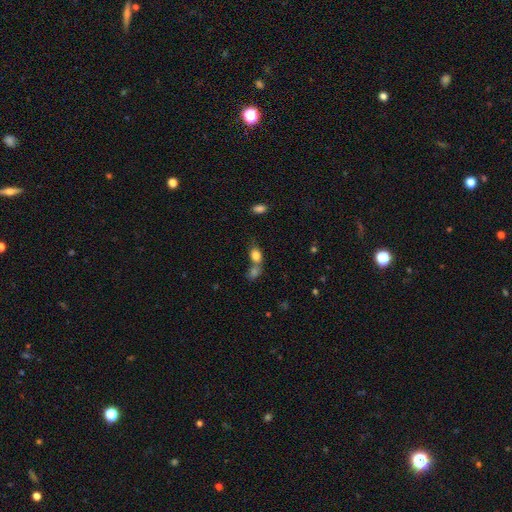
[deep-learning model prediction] This appears to be a smooth galaxy with no disk features (82%) that is in between round and cigar-shaped (73%). Merging: merger (50%).